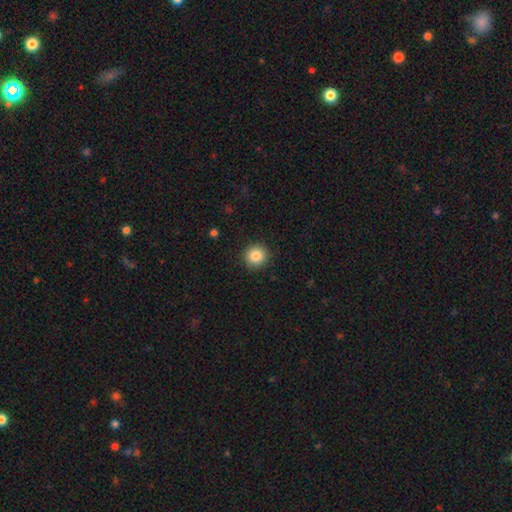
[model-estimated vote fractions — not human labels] This is clearly a smooth galaxy (85%). How rounded: clearly round (94%). Merging: clearly none (92%).